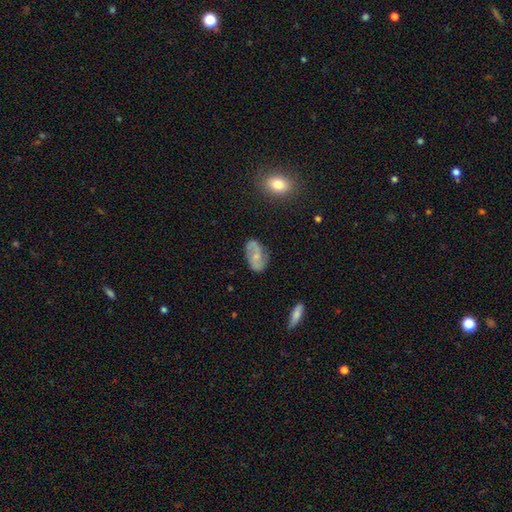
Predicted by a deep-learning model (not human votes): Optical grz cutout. It shows a featured or disk galaxy (60%) with no bar (54%), spiral arms (83%) and a small central bulge (62%). Merging: none (75%).